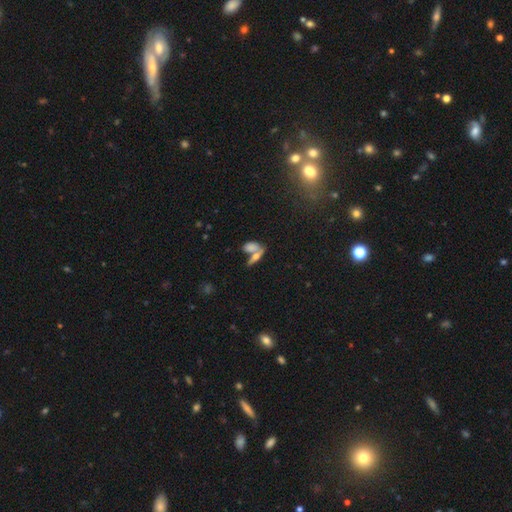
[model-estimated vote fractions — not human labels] smooth-or-featured: smooth: 58% | featured or disk: 31% | star or artifact: 12%
  how-rounded: in between: 68% | cigar-shaped: 24% | round: 8%
  merging: merger: 49% | none: 37% | minor disturbance: 9% | major disturbance: 5%